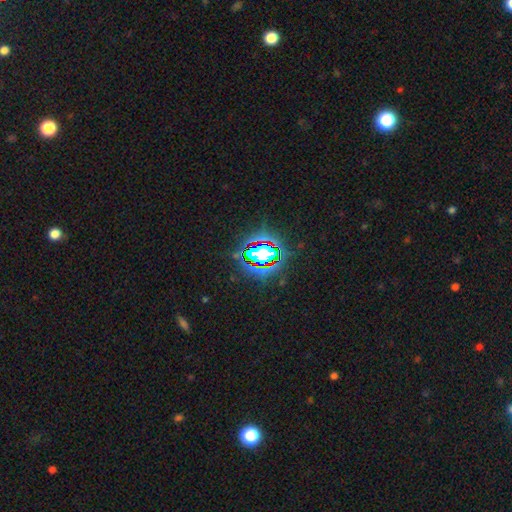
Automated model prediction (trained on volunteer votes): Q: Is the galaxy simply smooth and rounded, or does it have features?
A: star or artifact — 81%.